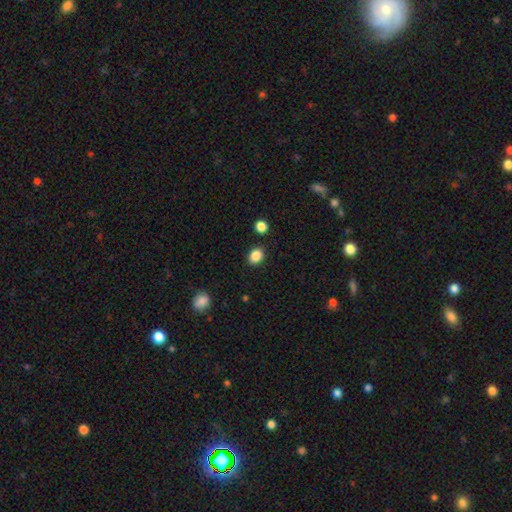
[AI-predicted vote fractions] A smooth galaxy with no disk features (86%) that is in between round and cigar-shaped (59%).

Vote fractions:
- Smooth or featured? smooth: 86% / star or artifact: 10% / featured or disk: 4%
- How rounded? in between: 59% / round: 40% / cigar-shaped: 1%
- Merging? none: 87% / minor disturbance: 8% / merger: 3% / major disturbance: 2%